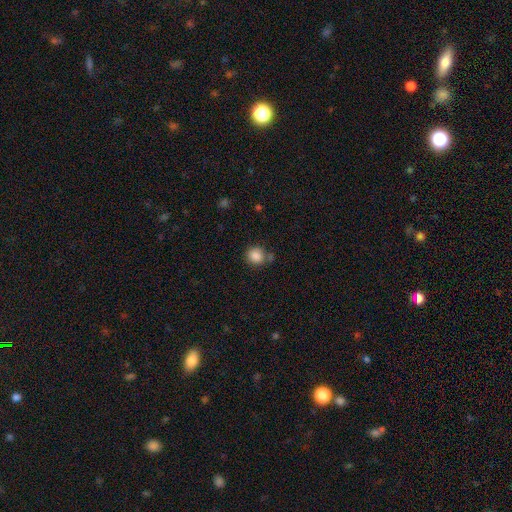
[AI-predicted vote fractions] This appears to be a smooth galaxy with no disk features (87%) that is round (84%). Merging: none (71%).